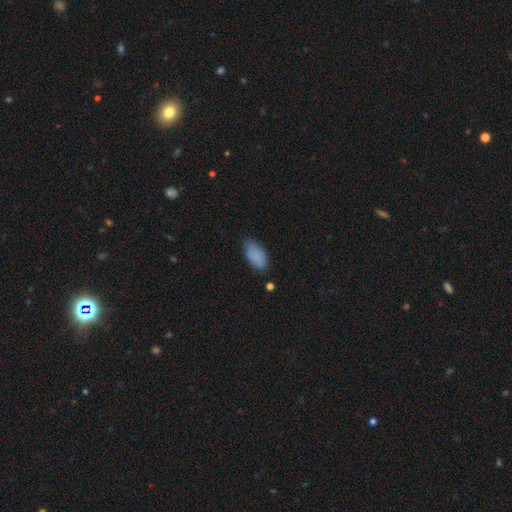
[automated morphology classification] type=smooth (87%); roundness=in between (93%); merging=none (78%).